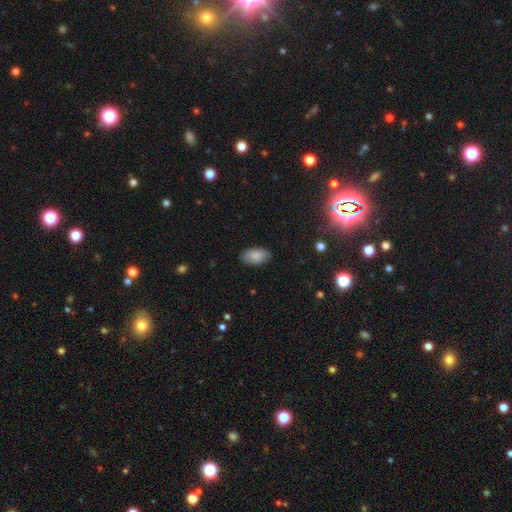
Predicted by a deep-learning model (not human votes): smooth_or_featured: smooth (p=0.85) [alt: featured or disk p=0.08]
how_rounded: in between (p=0.94) [alt: round p=0.04]
merging: none (p=0.84) [alt: minor disturbance p=0.12]